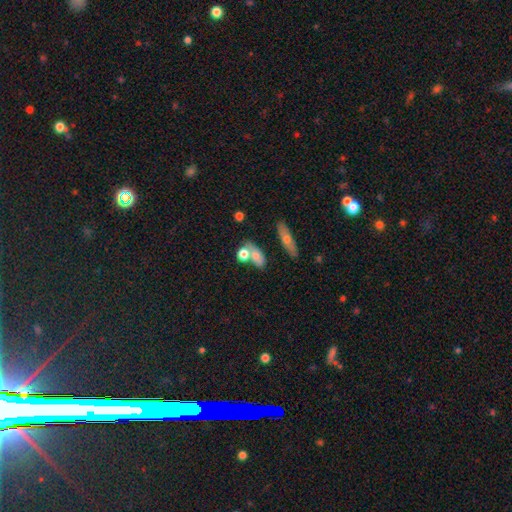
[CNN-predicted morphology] A smooth galaxy with no disk features (72%) that is in between round and cigar-shaped (54%).

Vote fractions:
- Smooth or featured? smooth: 72% / featured or disk: 18% / star or artifact: 10%
- How rounded? in between: 54% / round: 36% / cigar-shaped: 10%
- Merging? none: 45% / merger: 38% / minor disturbance: 12% / major disturbance: 6%